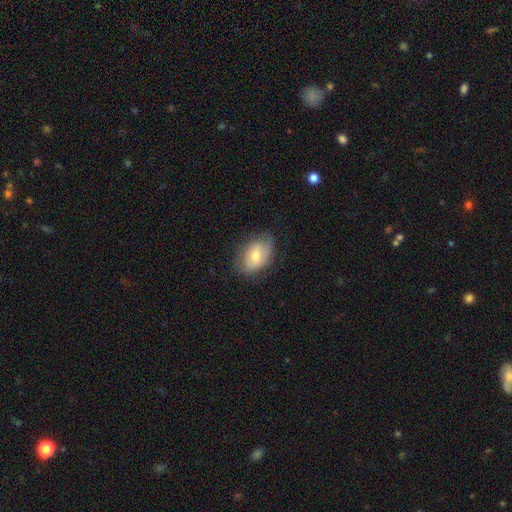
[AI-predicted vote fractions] This is possibly a smooth galaxy (52%). How rounded: clearly in between (83%). Merging: likely none (63%).